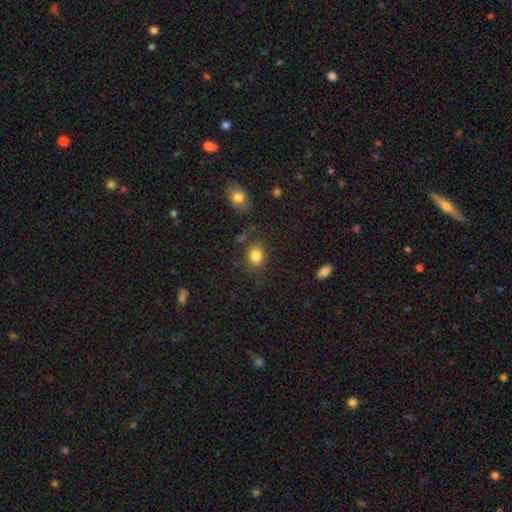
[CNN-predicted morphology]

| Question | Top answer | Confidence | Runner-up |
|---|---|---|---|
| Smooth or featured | smooth | 84% | star or artifact (10%) |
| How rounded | round | 66% | in between (33%) |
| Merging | none | 75% | minor disturbance (14%) |